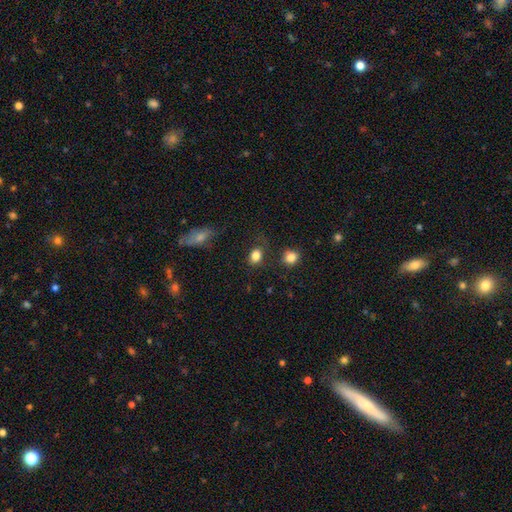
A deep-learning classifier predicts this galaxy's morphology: This is clearly a smooth galaxy (84%). How rounded: possibly in between (57%). Merging: likely none (71%).